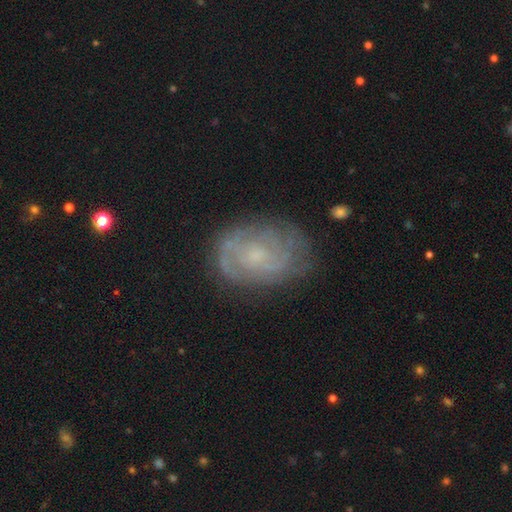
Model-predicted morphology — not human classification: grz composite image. It shows a featured or disk galaxy (69%) with no bar (71%), tight (58%) spiral arms (82%) and a small central bulge (59%). Merging: none (73%).